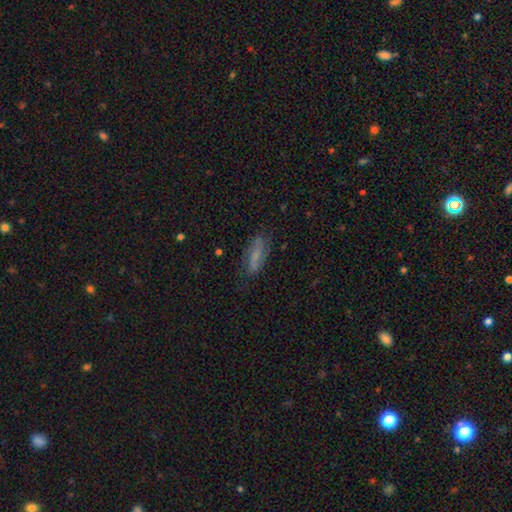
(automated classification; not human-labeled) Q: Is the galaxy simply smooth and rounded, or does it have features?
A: smooth — 55%.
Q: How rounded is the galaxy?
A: in between — 49%.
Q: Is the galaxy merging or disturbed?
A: none — 71%.